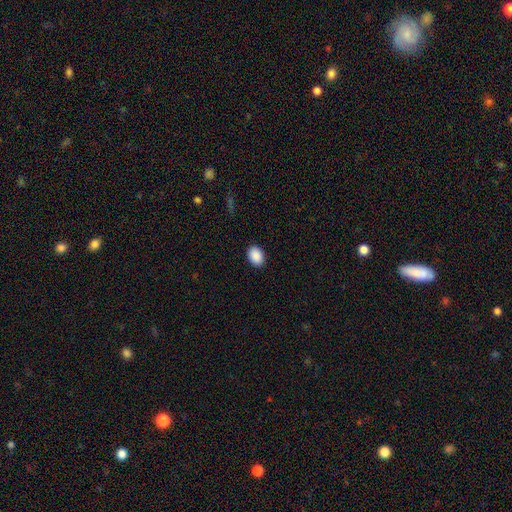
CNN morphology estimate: Smooth or featured?
  - smooth: 90% *
  - star or artifact: 7%
  - featured or disk: 2%
How rounded?
  - in between: 79% *
  - round: 20%
  - cigar-shaped: 1%
Merging?
  - none: 90% *
  - minor disturbance: 7%
  - major disturbance: 2%
  - merger: 1%